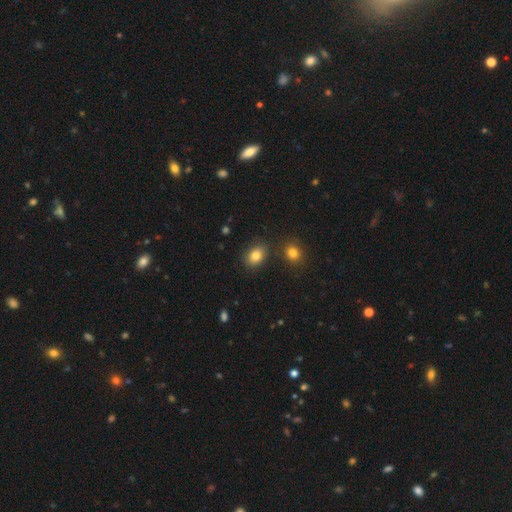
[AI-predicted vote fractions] A smooth galaxy with no disk features (83%) that is in between round and cigar-shaped (68%).

Vote fractions:
- Smooth or featured? smooth: 83% / star or artifact: 10% / featured or disk: 7%
- How rounded? in between: 68% / round: 31% / cigar-shaped: 1%
- Merging? none: 79% / minor disturbance: 11% / merger: 7% / major disturbance: 3%